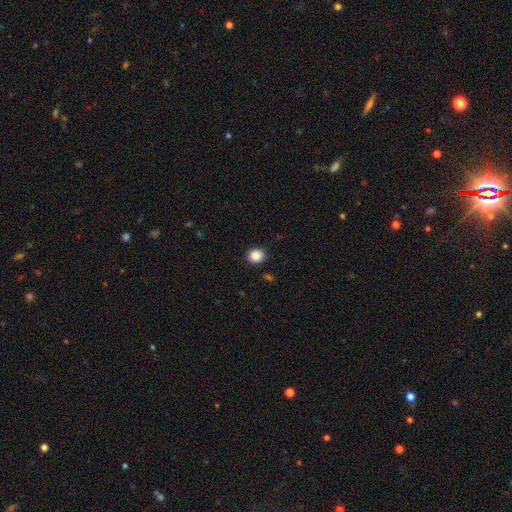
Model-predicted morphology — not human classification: Q: Smooth or featured?
A: smooth (88%); runner-up: star or artifact (9%)
Q: How rounded?
A: round (72%); runner-up: in between (27%)
Q: Merging?
A: none (90%); runner-up: minor disturbance (7%)